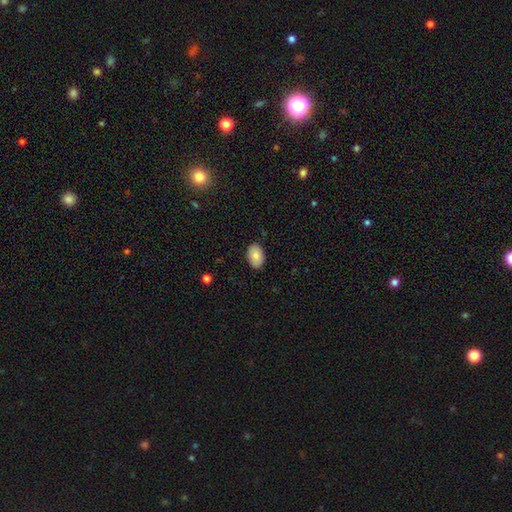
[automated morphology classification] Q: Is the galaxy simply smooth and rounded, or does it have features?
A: smooth — 83%.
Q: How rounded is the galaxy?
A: in between — 89%.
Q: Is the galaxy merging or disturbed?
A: none — 86%.